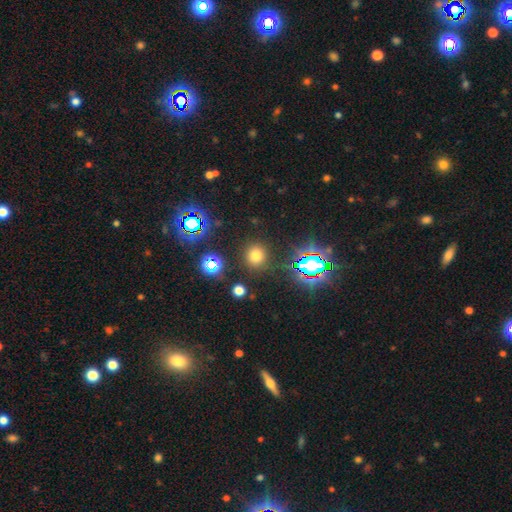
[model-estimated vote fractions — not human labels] The model was most divided on "smooth or featured": smooth: 67%, star or artifact: 26%, featured or disk: 7%. More confident: how rounded — round (92%); merging — none (87%).